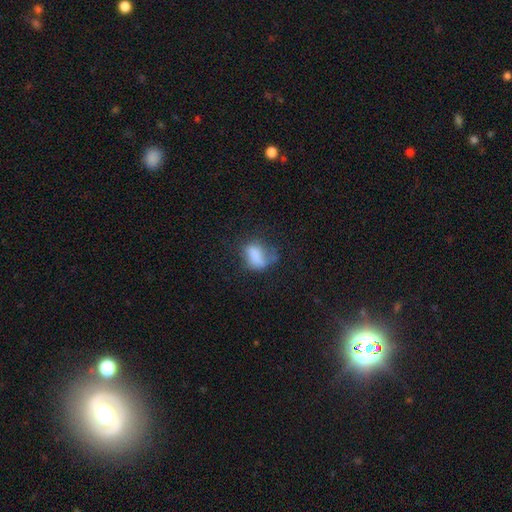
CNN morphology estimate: Q: Smooth or featured?
A: smooth (68%); runner-up: featured or disk (20%)
Q: How rounded?
A: in between (80%); runner-up: round (16%)
Q: Merging?
A: major disturbance (37%); runner-up: none (30%)